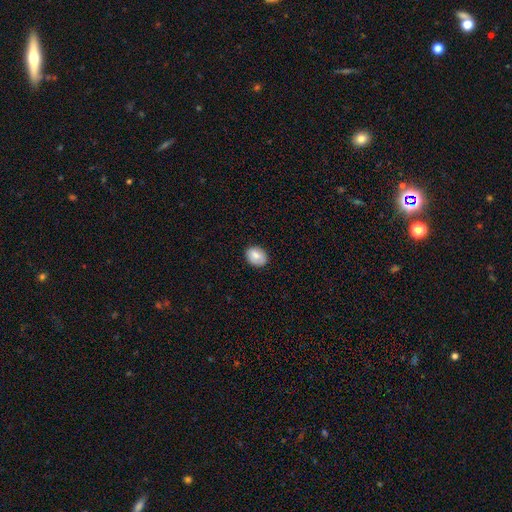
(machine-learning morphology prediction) Smooth or featured: smooth — 82% (featured or disk — 11%)
How rounded: in between — 58% (round — 41%)
Merging: none — 86% (minor disturbance — 10%)